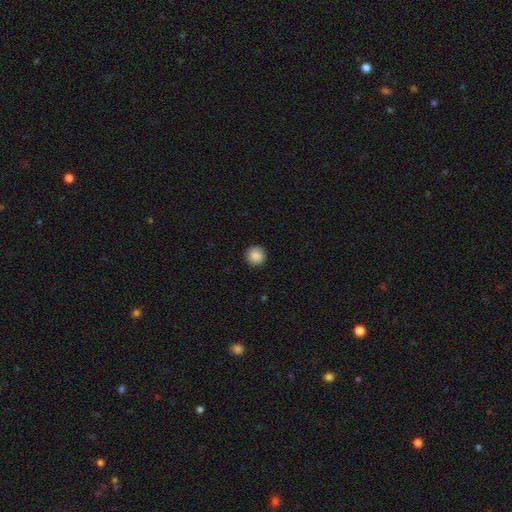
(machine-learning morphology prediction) A smooth galaxy with no disk features (89%) that is round (95%).

Vote fractions:
- Smooth or featured? smooth: 89% / star or artifact: 8% / featured or disk: 3%
- How rounded? round: 95% / in between: 4% / cigar-shaped: 1%
- Merging? none: 93% / minor disturbance: 5% / major disturbance: 2% / merger: 1%